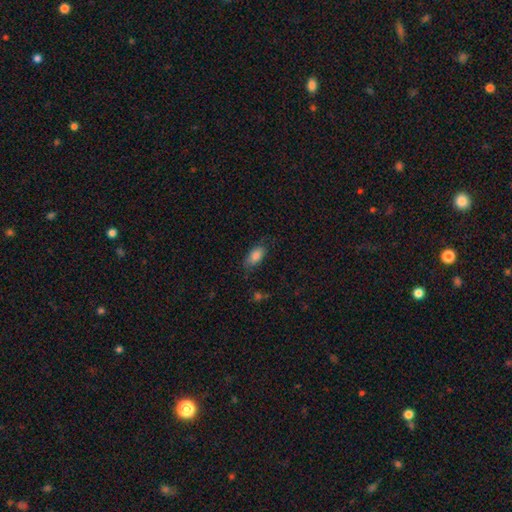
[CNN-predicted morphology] smooth-or-featured: smooth: 84% | featured or disk: 8% | star or artifact: 8%
  how-rounded: in between: 89% | cigar-shaped: 7% | round: 4%
  merging: none: 70% | minor disturbance: 22% | major disturbance: 6% | merger: 2%